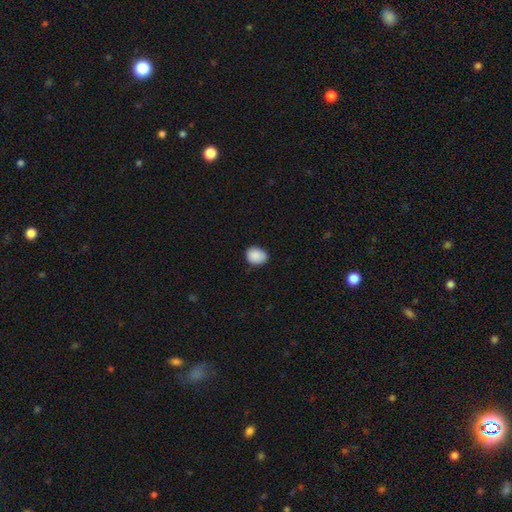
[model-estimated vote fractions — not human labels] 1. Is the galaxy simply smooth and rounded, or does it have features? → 89% smooth, 8% star or artifact, 3% featured or disk.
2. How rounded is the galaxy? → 57% in between, 42% round, 1% cigar-shaped.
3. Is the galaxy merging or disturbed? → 81% none, 16% minor disturbance, 2% major disturbance, 1% merger.